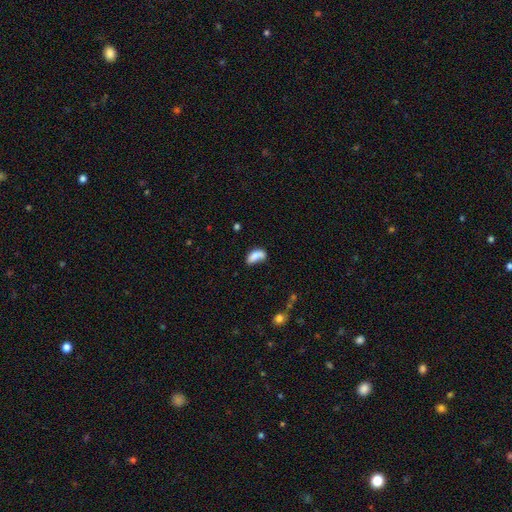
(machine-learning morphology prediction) smooth_or_featured: smooth (p=0.76) [alt: featured or disk p=0.15]
how_rounded: in between (p=0.88) [alt: cigar-shaped p=0.07]
merging: none (p=0.38) [alt: minor disturbance p=0.28]